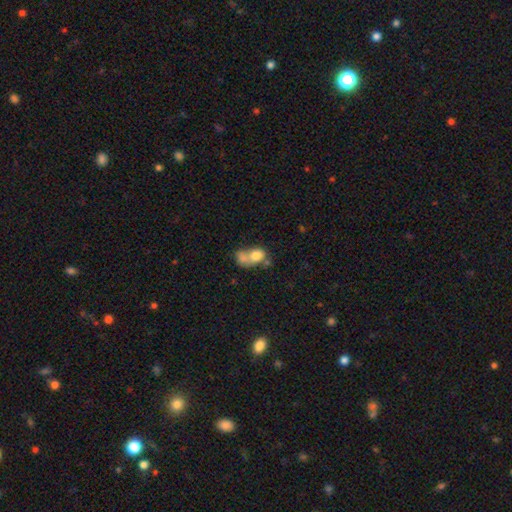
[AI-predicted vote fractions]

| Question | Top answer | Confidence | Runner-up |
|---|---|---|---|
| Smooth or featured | smooth | 71% | featured or disk (19%) |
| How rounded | in between | 62% | round (36%) |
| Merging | merger | 65% | none (16%) |